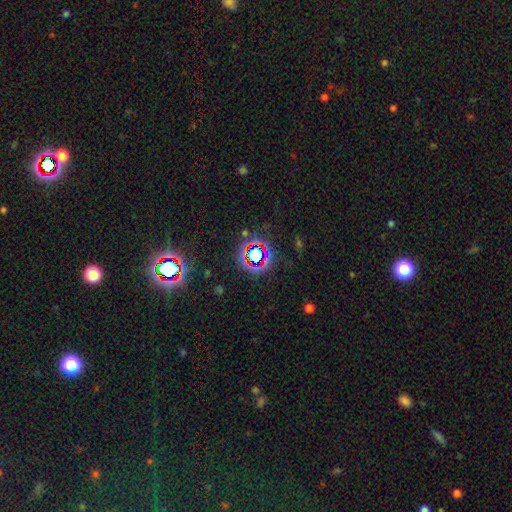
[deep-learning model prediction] star or artifact 70%, smooth 19%, featured or disk 11%.